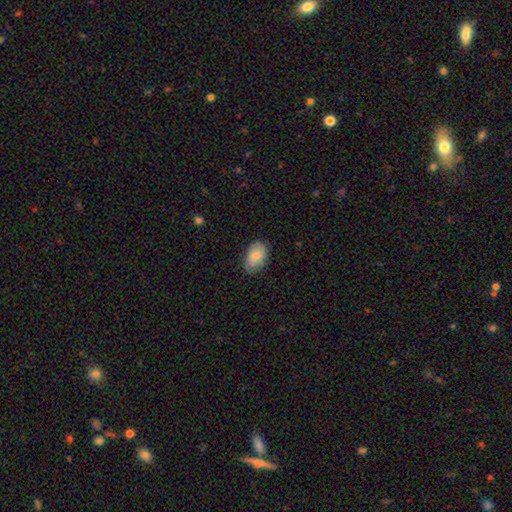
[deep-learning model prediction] smooth 83%, featured or disk 10%, star or artifact 6%. Down the decision tree: how rounded — in between (90%); merging — none (78%).